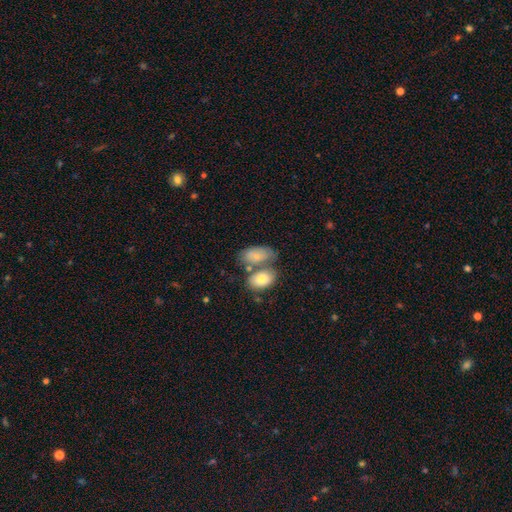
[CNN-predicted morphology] Overall: smooth (75%). How rounded: in between (91%). Merging: merger (43%; none 36%).